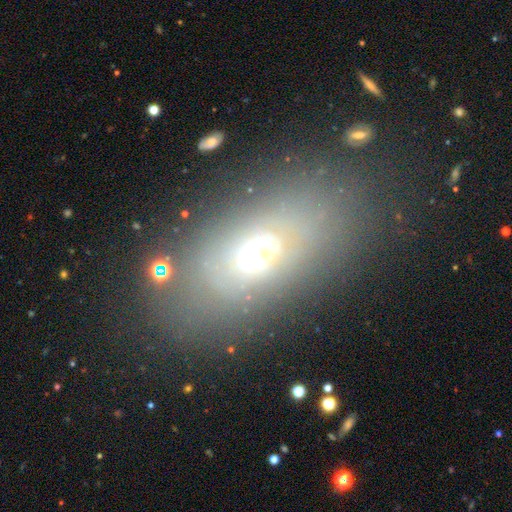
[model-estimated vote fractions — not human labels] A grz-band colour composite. It shows a smooth galaxy with no disk features (51%) that is in between round and cigar-shaped (83%). Merging: none (70%).